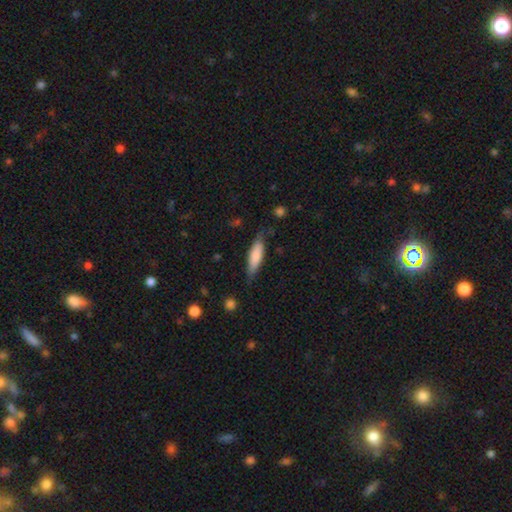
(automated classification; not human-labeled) A smooth galaxy with no disk features (75%) that is cigar-shaped (60%).

Vote fractions:
- Smooth or featured? smooth: 75% / featured or disk: 19% / star or artifact: 6%
- How rounded? cigar-shaped: 60% / in between: 38% / round: 2%
- Merging? none: 70% / minor disturbance: 23% / major disturbance: 5% / merger: 2%